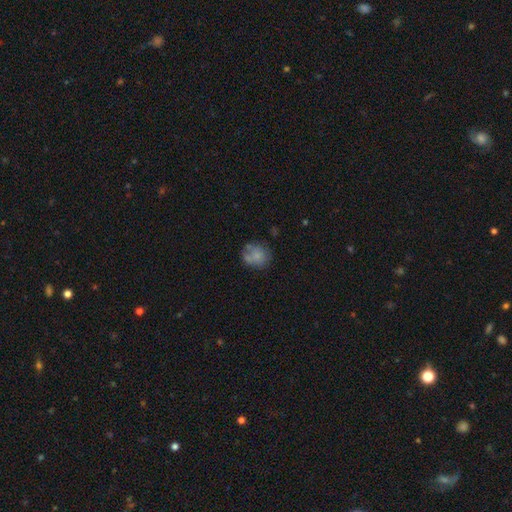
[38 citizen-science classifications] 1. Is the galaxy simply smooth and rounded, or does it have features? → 68% smooth, 26% featured or disk, 5% star or artifact.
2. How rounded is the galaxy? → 85% round, 15% in between, 0% cigar-shaped.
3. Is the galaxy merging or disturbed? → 61% none, 17% merger, 11% minor disturbance, 11% major disturbance.